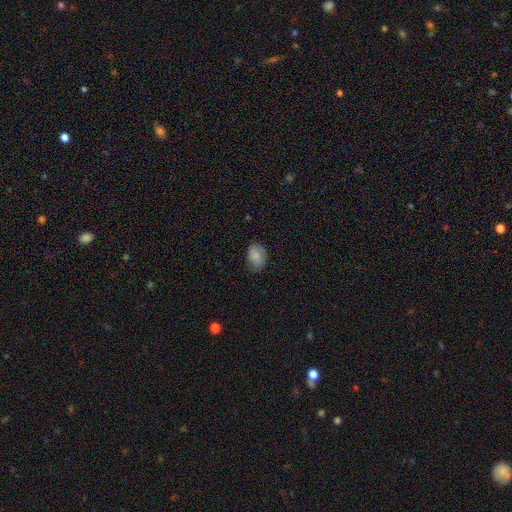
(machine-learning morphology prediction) Q: Smooth or featured?
A: smooth (79%); runner-up: featured or disk (13%)
Q: How rounded?
A: in between (76%); runner-up: round (23%)
Q: Merging?
A: none (74%); runner-up: minor disturbance (21%)